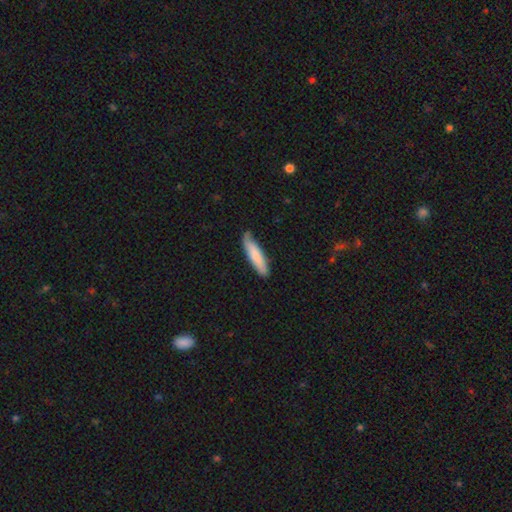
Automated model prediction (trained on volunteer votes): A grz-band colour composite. It shows a smooth galaxy with no disk features (78%) that is cigar-shaped (79%). Merging: none (77%).